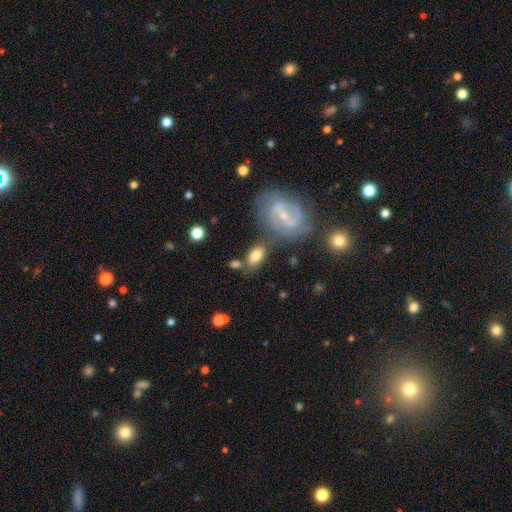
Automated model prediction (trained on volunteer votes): This is likely a smooth galaxy (70%). How rounded: clearly in between (89%). Merging: likely none (62%).